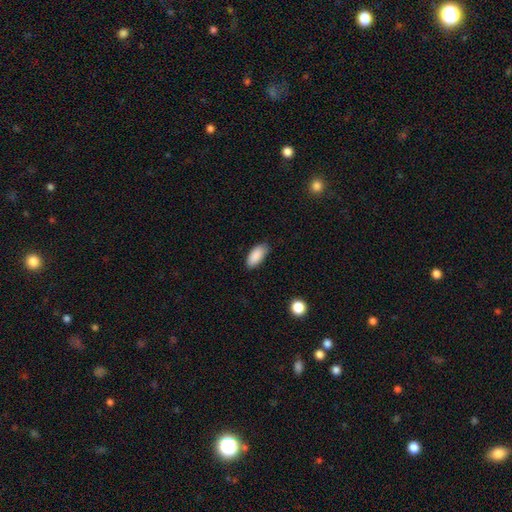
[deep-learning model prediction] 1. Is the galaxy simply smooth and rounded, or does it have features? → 89% smooth, 7% star or artifact, 4% featured or disk.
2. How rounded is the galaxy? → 90% in between, 8% cigar-shaped, 2% round.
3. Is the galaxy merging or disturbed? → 81% none, 15% minor disturbance, 3% major disturbance, 1% merger.